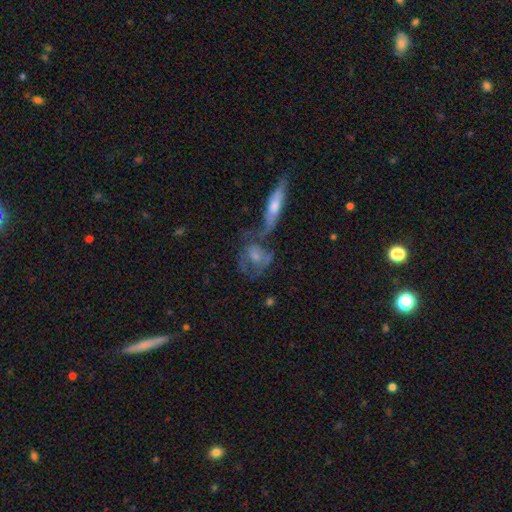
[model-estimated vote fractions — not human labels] Smooth or featured?
  - featured or disk: 51% *
  - smooth: 41%
  - star or artifact: 9%
Edge-on disk?
  - no: 86% *
  - yes: 14%
Merging?
  - merger: 38% *
  - none: 29%
  - major disturbance: 17%
  - minor disturbance: 16%